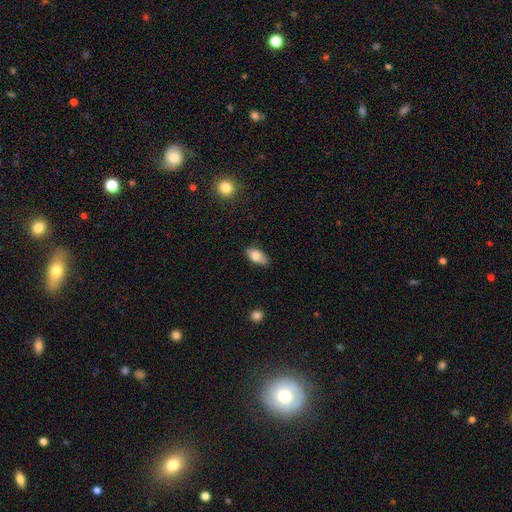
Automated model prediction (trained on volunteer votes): smooth_or_featured: smooth (p=0.80) [alt: featured or disk p=0.13]
how_rounded: in between (p=0.90) [alt: cigar-shaped p=0.06]
merging: none (p=0.76) [alt: minor disturbance p=0.19]